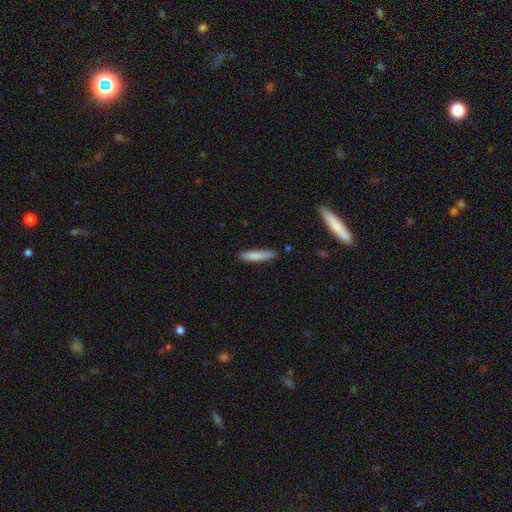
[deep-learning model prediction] Overall: smooth (81%). How rounded: cigar-shaped (84%). Merging: none (80%).